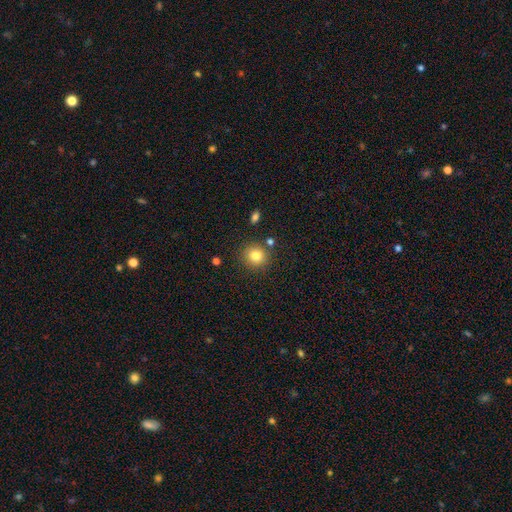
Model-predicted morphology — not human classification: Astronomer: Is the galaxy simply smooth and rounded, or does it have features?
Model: smooth — 82%.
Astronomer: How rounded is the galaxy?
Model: round — 88%.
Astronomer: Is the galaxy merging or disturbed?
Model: none — 84%.